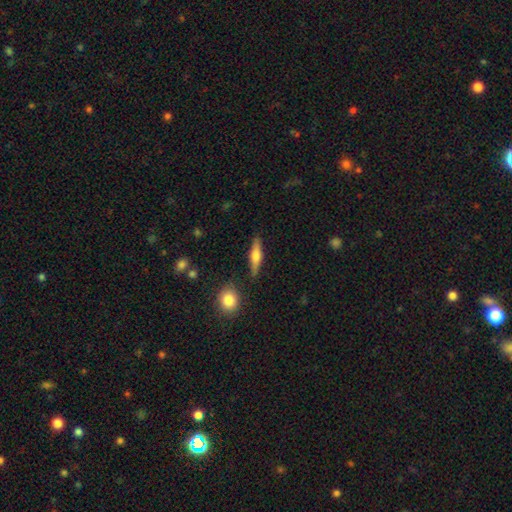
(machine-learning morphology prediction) Q: Smooth or featured?
A: smooth (52%); runner-up: featured or disk (41%)
Q: How rounded?
A: cigar-shaped (70%); runner-up: in between (26%)
Q: Merging?
A: none (85%); runner-up: minor disturbance (10%)